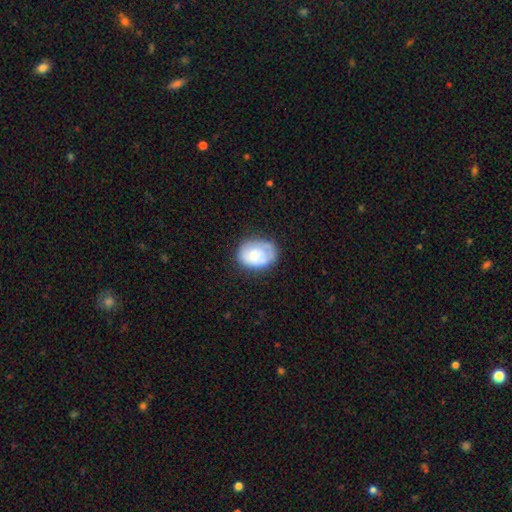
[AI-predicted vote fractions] The model was most divided on "merging": none: 58%, minor disturbance: 28%, major disturbance: 11%, merger: 3%. More confident: smooth or featured — smooth (65%); how rounded — in between (65%).